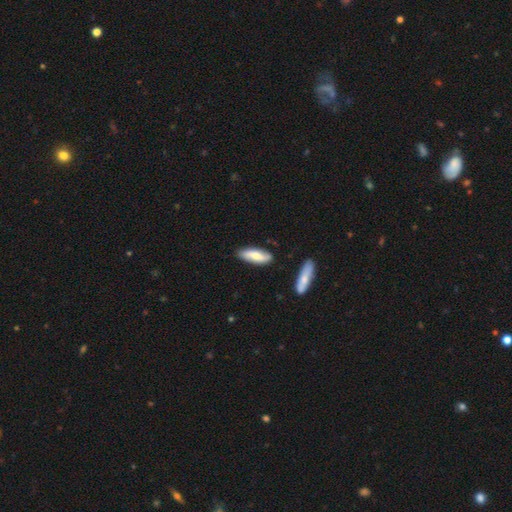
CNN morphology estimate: type=smooth (63%); roundness=in between (61%); merging=none (81%).